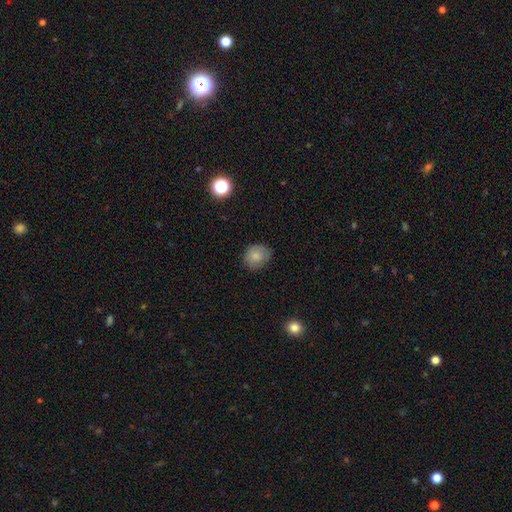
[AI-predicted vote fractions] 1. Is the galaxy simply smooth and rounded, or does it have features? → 82% smooth, 10% star or artifact, 8% featured or disk.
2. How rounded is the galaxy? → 70% round, 30% in between, 1% cigar-shaped.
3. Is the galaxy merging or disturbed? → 76% none, 19% minor disturbance, 4% major disturbance, 1% merger.